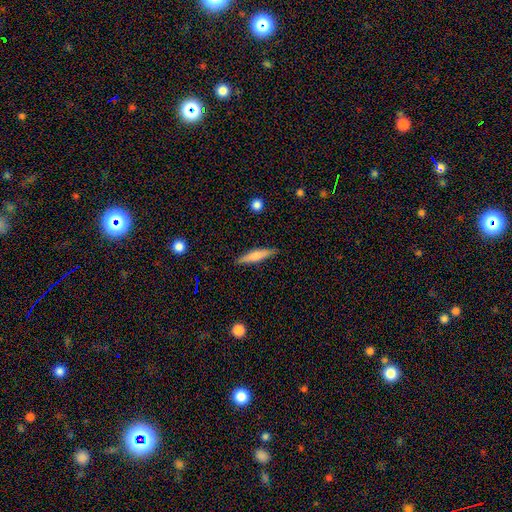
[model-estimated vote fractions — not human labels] Q: Smooth or featured?
A: smooth (63%); runner-up: featured or disk (30%)
Q: How rounded?
A: cigar-shaped (85%); runner-up: in between (14%)
Q: Merging?
A: none (88%); runner-up: minor disturbance (9%)